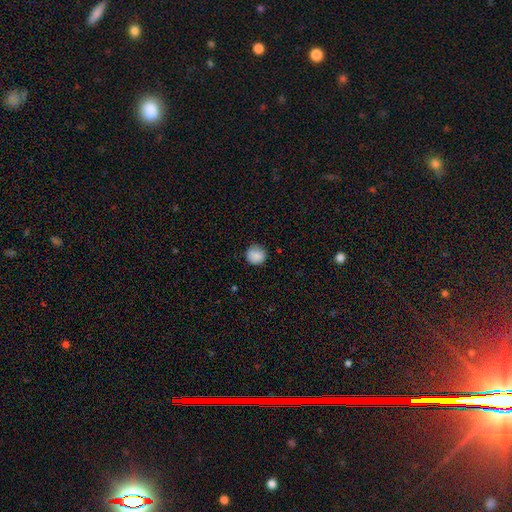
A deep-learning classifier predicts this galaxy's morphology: Smooth or featured? smooth (88%)
How rounded? round (91%)
Merging? none (85%)